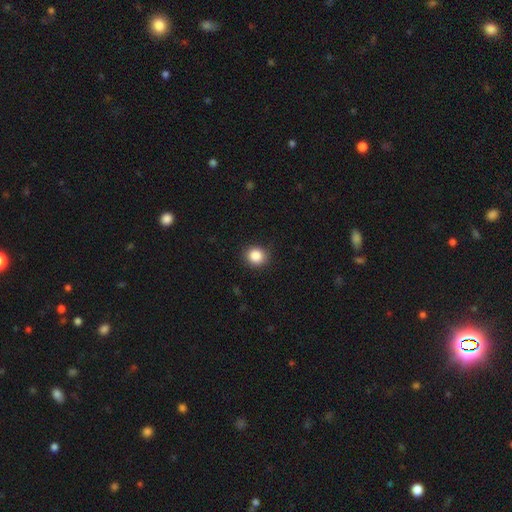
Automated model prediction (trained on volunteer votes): Smooth or featured?
  - smooth: 86% *
  - star or artifact: 10%
  - featured or disk: 4%
How rounded?
  - round: 84% *
  - in between: 15%
  - cigar-shaped: 1%
Merging?
  - none: 89% *
  - minor disturbance: 8%
  - major disturbance: 2%
  - merger: 1%